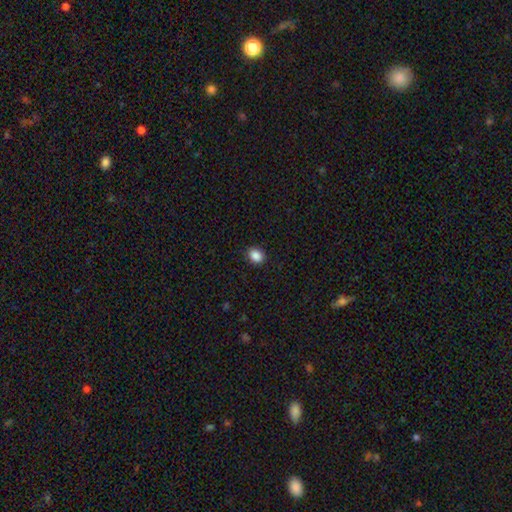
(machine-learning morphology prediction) A smooth galaxy with no disk features (88%) that is in between round and cigar-shaped (55%).

Vote fractions:
- Smooth or featured? smooth: 88% / star or artifact: 9% / featured or disk: 3%
- How rounded? in between: 55% / round: 44% / cigar-shaped: 1%
- Merging? none: 89% / minor disturbance: 8% / major disturbance: 2% / merger: 1%